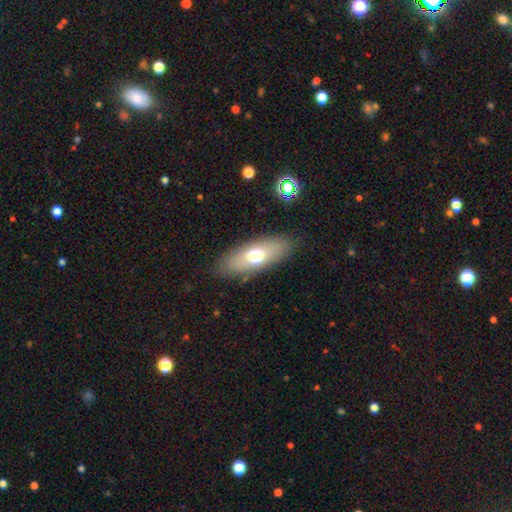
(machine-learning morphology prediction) smooth-or-featured: smooth: 63% | featured or disk: 29% | star or artifact: 8%
  how-rounded: in between: 75% | cigar-shaped: 21% | round: 4%
  merging: none: 85% | minor disturbance: 10% | major disturbance: 4% | merger: 1%